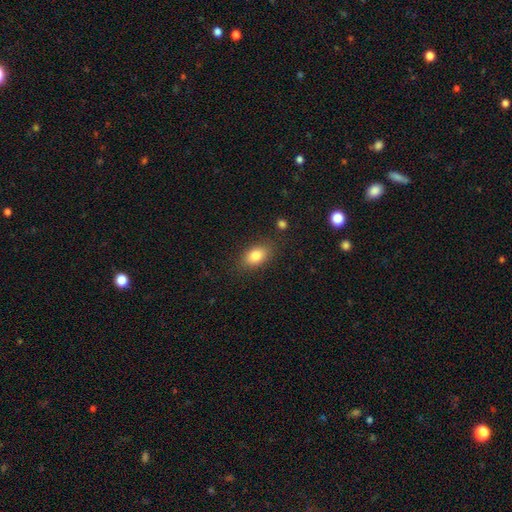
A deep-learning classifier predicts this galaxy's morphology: smooth-or-featured: smooth: 82% | featured or disk: 9% | star or artifact: 9%
  how-rounded: in between: 84% | round: 14% | cigar-shaped: 2%
  merging: none: 82% | minor disturbance: 12% | major disturbance: 4% | merger: 2%